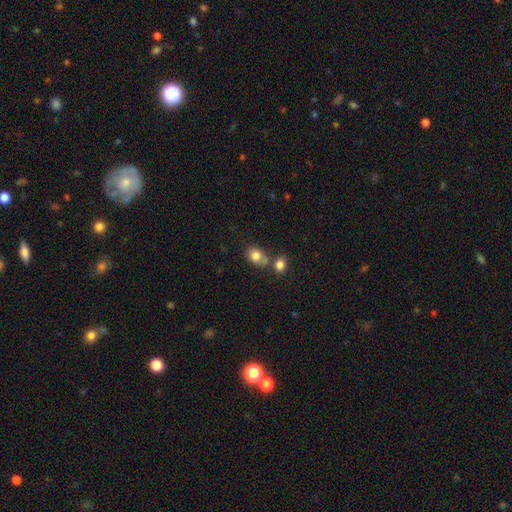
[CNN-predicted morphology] This appears to be a smooth galaxy with no disk features (82%) that is in between round and cigar-shaped (60%). Merging: none (48%).